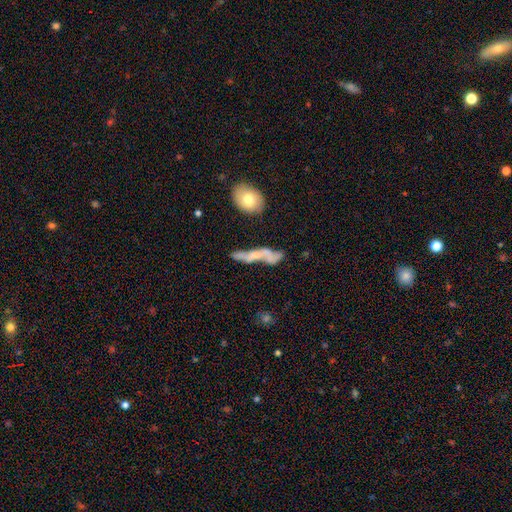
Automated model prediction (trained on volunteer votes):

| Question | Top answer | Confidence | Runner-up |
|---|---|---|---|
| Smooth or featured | featured or disk | 54% | smooth (36%) |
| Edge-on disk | no | 59% | yes (41%) |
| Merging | none | 41% | minor disturbance (21%) |